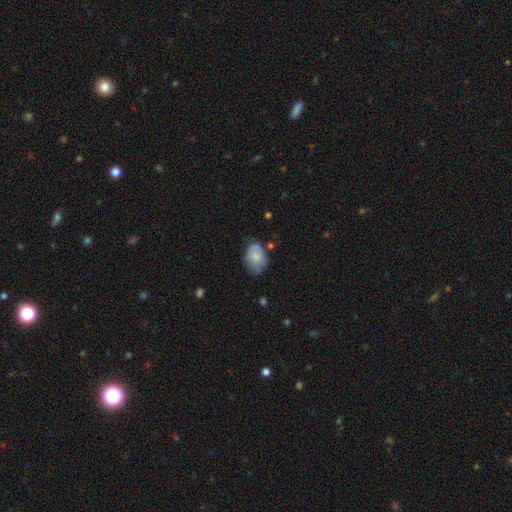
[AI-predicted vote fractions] smooth_or_featured: smooth (p=0.70) [alt: featured or disk p=0.22]
how_rounded: in between (p=0.79) [alt: round p=0.20]
merging: none (p=0.57) [alt: minor disturbance p=0.32]